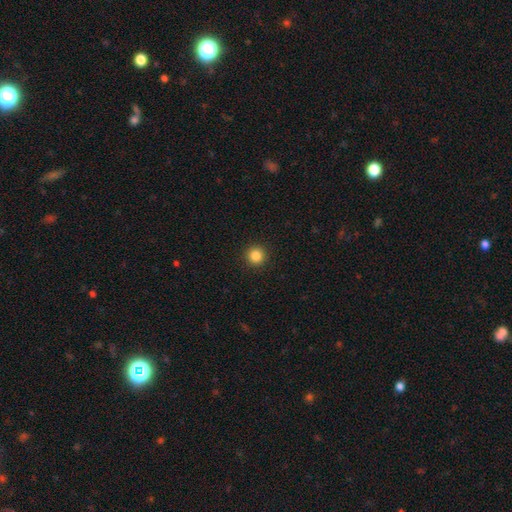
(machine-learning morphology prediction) smooth 85%, star or artifact 11%, featured or disk 4%. Down the decision tree: how rounded — round (95%); merging — none (93%).